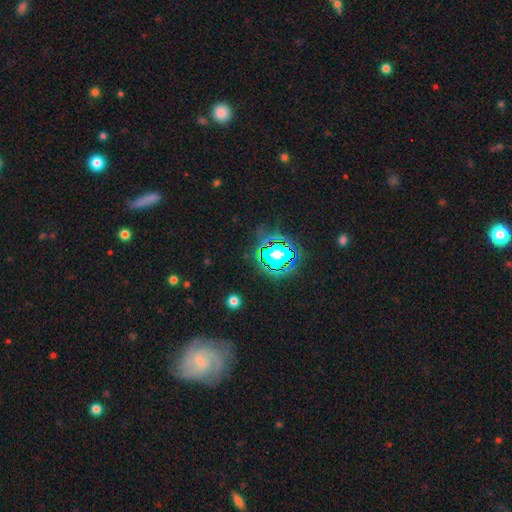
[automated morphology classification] star or artifact 66%, featured or disk 19%, smooth 15%.